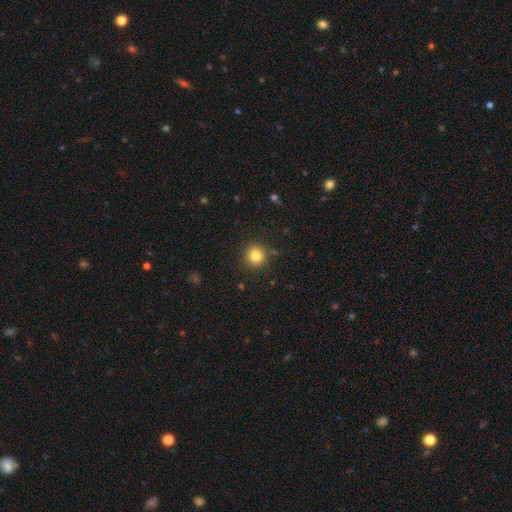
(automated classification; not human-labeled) Morphology: type=smooth (82%); roundness=round (94%); merging=none (89%).